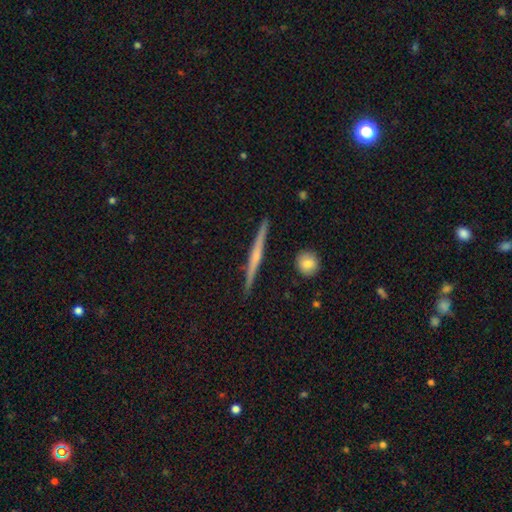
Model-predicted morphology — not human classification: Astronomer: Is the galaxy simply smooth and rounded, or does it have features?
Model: featured or disk — 66%.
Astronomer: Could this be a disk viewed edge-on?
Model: yes — 98%.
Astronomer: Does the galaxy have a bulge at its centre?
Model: none — 45%, tied with rounded at 45%.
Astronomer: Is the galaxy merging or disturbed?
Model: none — 91%.